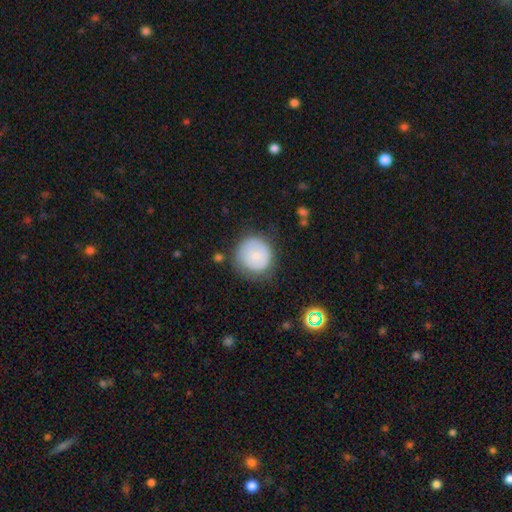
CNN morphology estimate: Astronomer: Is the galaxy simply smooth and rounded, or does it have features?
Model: smooth — 69%.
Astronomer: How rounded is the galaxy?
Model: round — 91%.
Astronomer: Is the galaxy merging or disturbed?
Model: none — 67%.